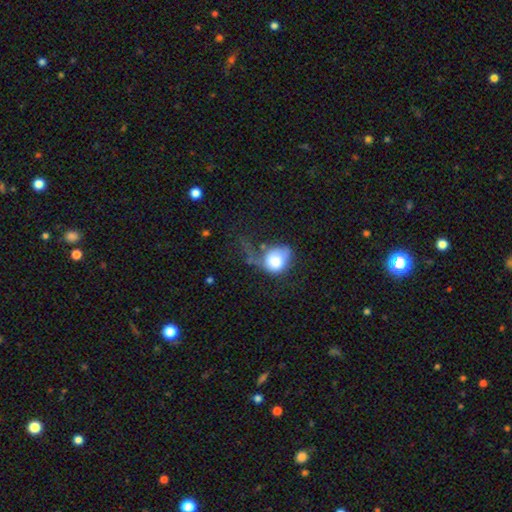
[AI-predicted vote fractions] The model was most divided on "smooth or featured": smooth: 46%, featured or disk: 32%, star or artifact: 22%. Remaining: merging — major disturbance (47%).